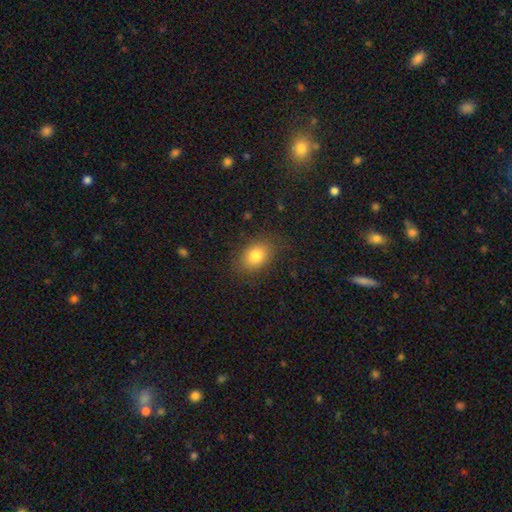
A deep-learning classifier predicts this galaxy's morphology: Smooth or featured? Predicted: smooth (p=0.81). How rounded? Predicted: in between (p=0.69). Merging? Predicted: none (p=0.81).